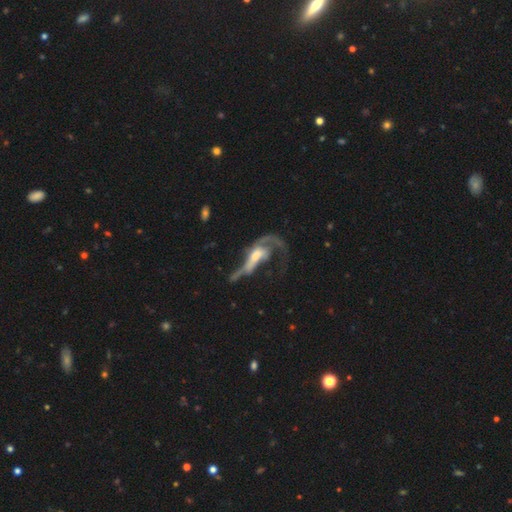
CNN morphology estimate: smooth_or_featured: featured or disk (p=0.78) [alt: smooth p=0.15]
disk_edge_on: no (p=0.86) [alt: yes p=0.14]
bar: no (p=0.48) [alt: weak p=0.33]
has_spiral_arms: yes (p=0.81) [alt: no p=0.19]
spiral_winding: loose (p=0.62) [alt: medium p=0.28]
spiral_arm_count: 2 (p=0.46) [alt: 1 p=0.35]
bulge_size: moderate (p=0.49) [alt: small p=0.21]
merging: major disturbance (p=0.54) [alt: none p=0.23]